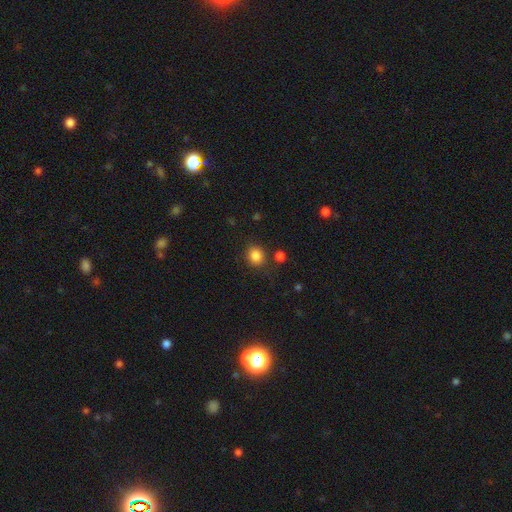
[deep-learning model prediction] smooth 85%, star or artifact 11%, featured or disk 4%. Down the decision tree: how rounded — round (77%); merging — none (80%).